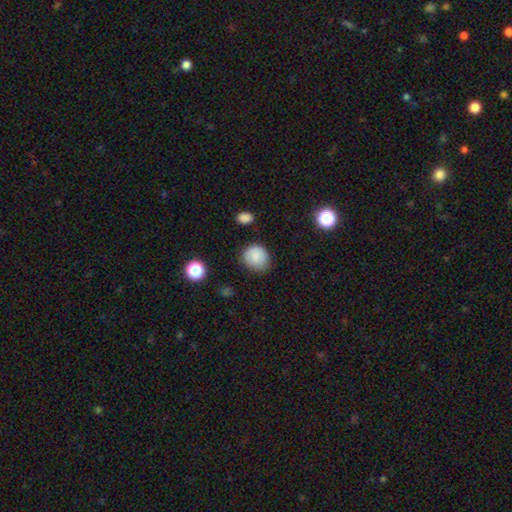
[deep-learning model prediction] This is clearly a smooth galaxy (85%). How rounded: likely round (74%). Merging: likely none (75%).